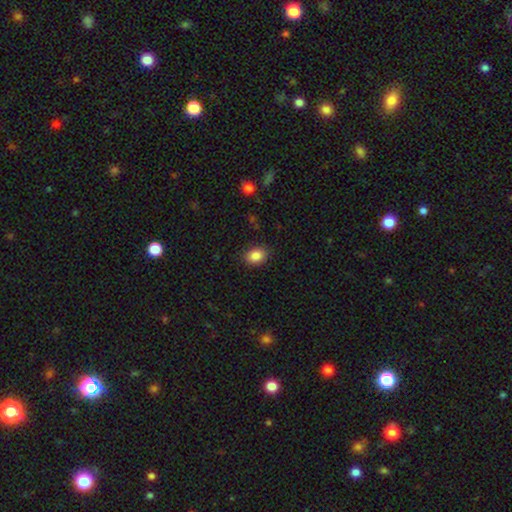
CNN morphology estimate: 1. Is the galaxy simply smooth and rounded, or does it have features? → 87% smooth, 9% star or artifact, 4% featured or disk.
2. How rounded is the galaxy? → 64% in between, 35% round, 1% cigar-shaped.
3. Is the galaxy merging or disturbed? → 87% none, 9% minor disturbance, 2% major disturbance, 1% merger.